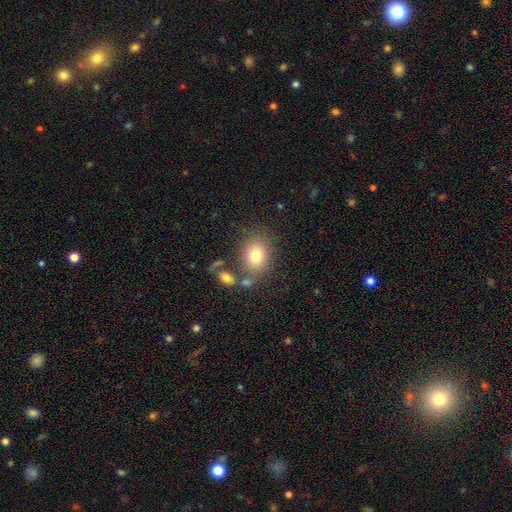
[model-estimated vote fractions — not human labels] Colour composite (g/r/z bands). It shows a smooth galaxy with no disk features (78%) that is in between round and cigar-shaped (62%). Merging: none (67%).